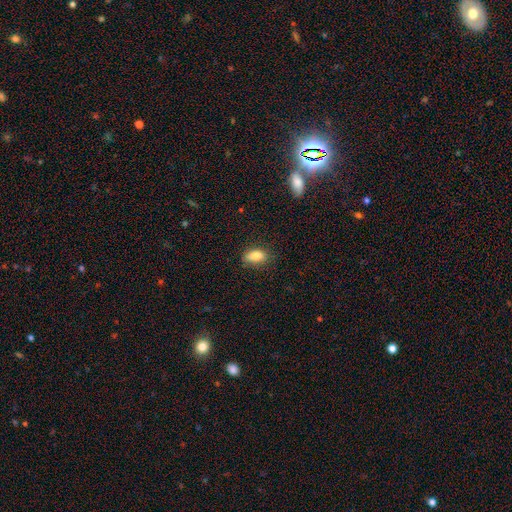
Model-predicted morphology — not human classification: This is clearly a smooth galaxy (84%). How rounded: clearly in between (88%). Merging: clearly none (82%).